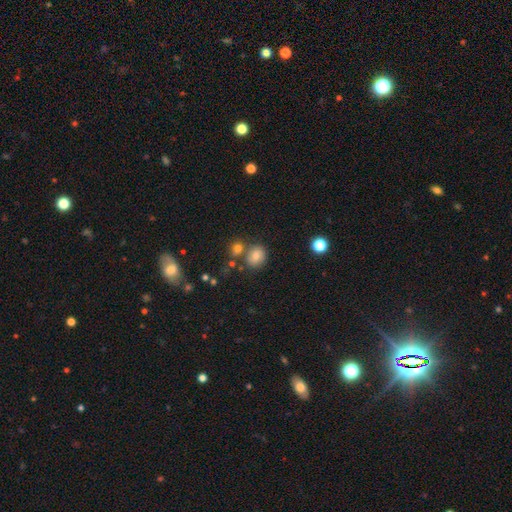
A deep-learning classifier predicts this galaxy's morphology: smooth 78%, star or artifact 13%, featured or disk 9%. Down the decision tree: how rounded — round (67%); merging — none (68%).